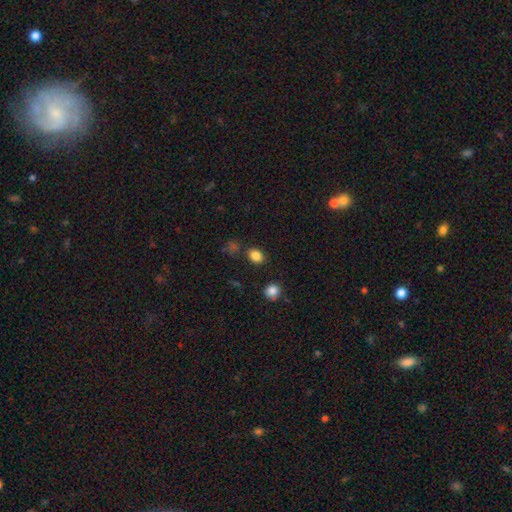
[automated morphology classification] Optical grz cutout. It shows a smooth galaxy with no disk features (84%) that is in between round and cigar-shaped (66%). Merging: none (82%).